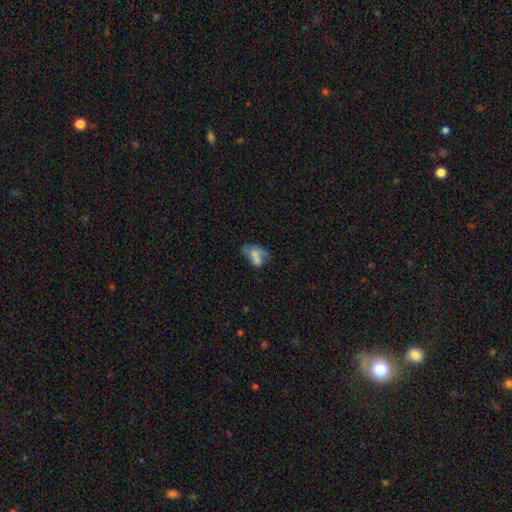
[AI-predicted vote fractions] smooth-or-featured: smooth: 51% | featured or disk: 39% | star or artifact: 10%
  how-rounded: in between: 81% | round: 17% | cigar-shaped: 3%
  merging: merger: 48% | none: 23% | major disturbance: 15% | minor disturbance: 15%